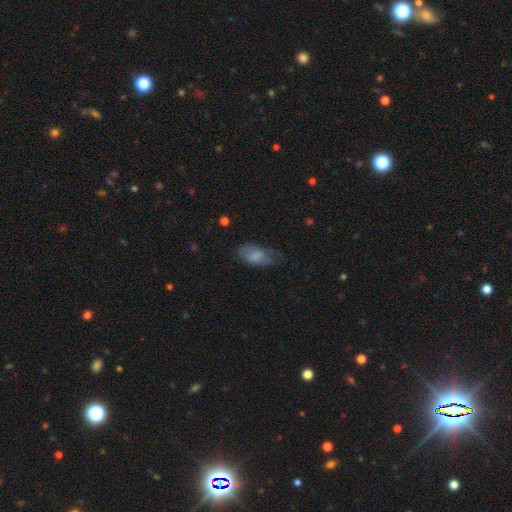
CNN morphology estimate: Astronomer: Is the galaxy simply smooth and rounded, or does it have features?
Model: smooth — 70%.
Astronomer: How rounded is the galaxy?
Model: in between — 90%.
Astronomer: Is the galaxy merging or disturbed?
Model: none — 45% (runner-up: minor disturbance, 34%).